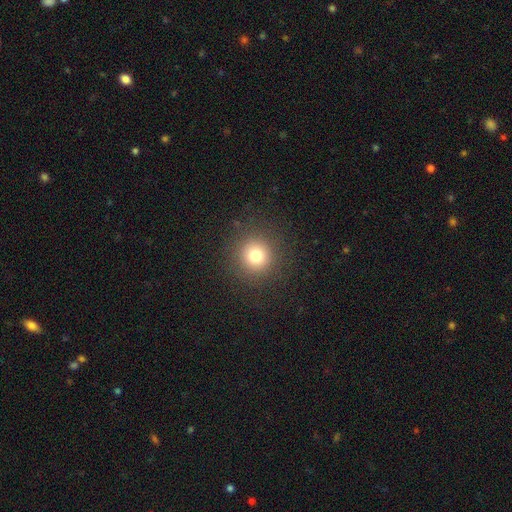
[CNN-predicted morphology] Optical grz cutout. It shows a smooth galaxy with no disk features (78%) that is round (94%). Merging: none (90%).